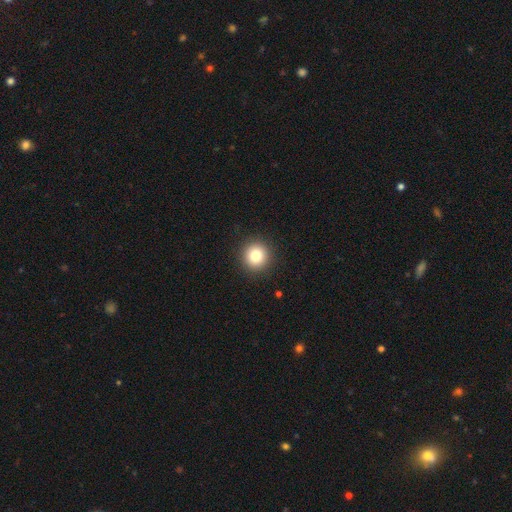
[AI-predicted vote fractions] smooth_or_featured: smooth (p=0.82) [alt: star or artifact p=0.11]
how_rounded: round (p=0.94) [alt: in between p=0.05]
merging: none (p=0.92) [alt: minor disturbance p=0.05]